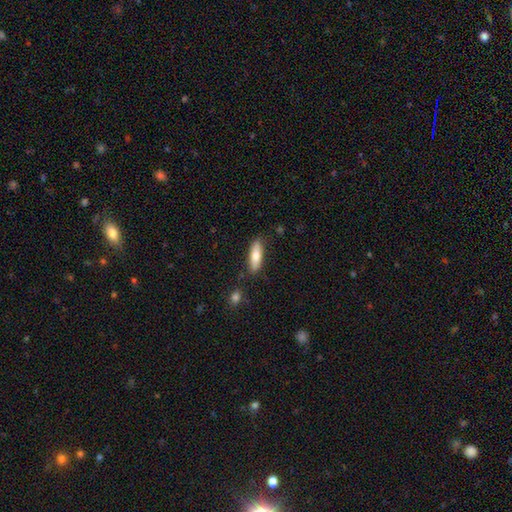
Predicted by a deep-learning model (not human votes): Smooth or featured? Predicted: smooth (p=0.75). How rounded? Predicted: in between (p=0.52). Merging? Predicted: none (p=0.82).